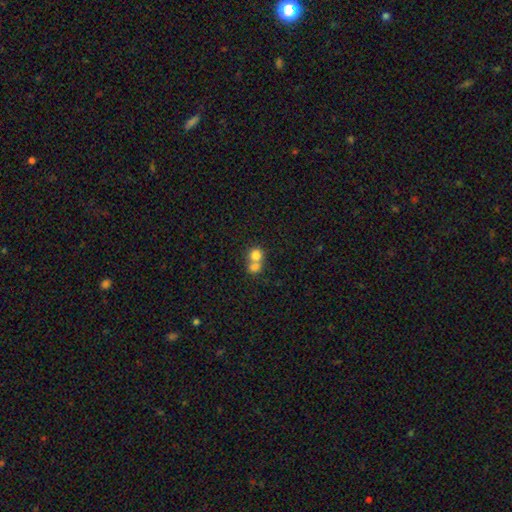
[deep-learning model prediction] This appears to be a smooth galaxy with no disk features (79%) that is round (76%). Merging: merger (64%).